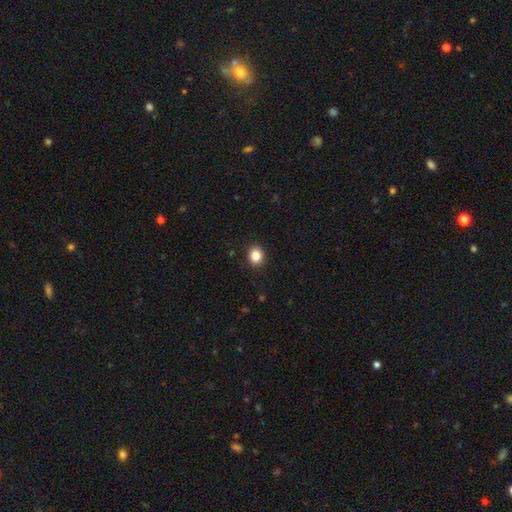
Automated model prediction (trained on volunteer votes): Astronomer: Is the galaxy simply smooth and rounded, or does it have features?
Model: smooth — 86%.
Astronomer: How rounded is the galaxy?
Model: round — 65%.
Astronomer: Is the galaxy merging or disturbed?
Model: none — 91%.